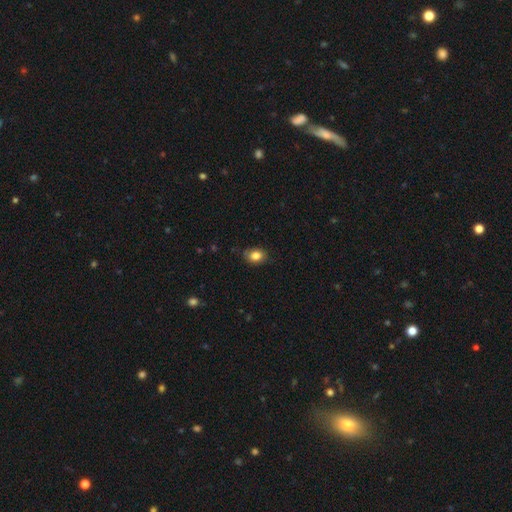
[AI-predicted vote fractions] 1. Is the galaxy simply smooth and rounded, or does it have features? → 84% smooth, 10% star or artifact, 7% featured or disk.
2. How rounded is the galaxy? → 61% in between, 37% round, 1% cigar-shaped.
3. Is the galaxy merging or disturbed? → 80% none, 16% minor disturbance, 3% major disturbance, 1% merger.